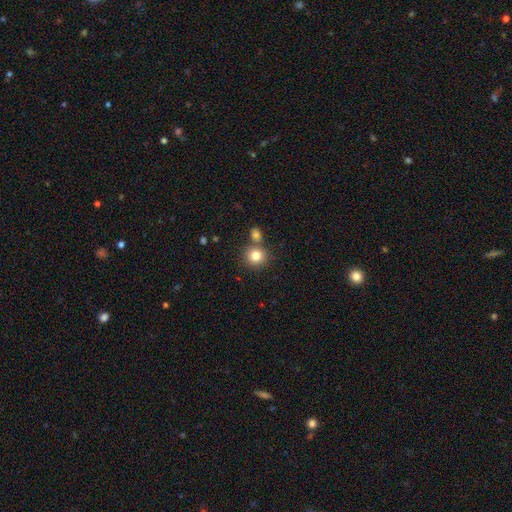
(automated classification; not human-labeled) A smooth galaxy with no disk features (81%) that is round (88%). Merging: none (68%).